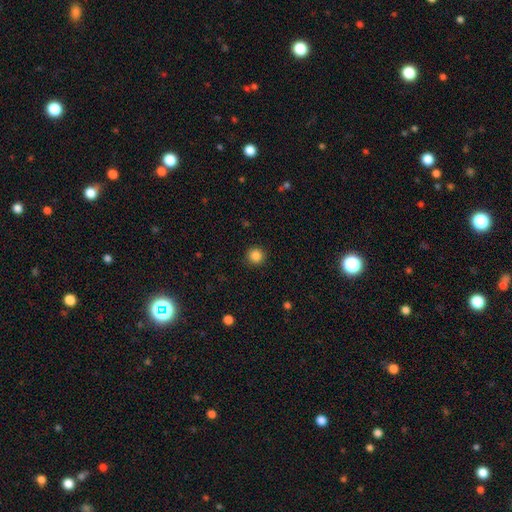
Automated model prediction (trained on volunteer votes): Q: Smooth or featured?
A: smooth (86%); runner-up: star or artifact (11%)
Q: How rounded?
A: round (94%); runner-up: in between (5%)
Q: Merging?
A: none (91%); runner-up: minor disturbance (6%)